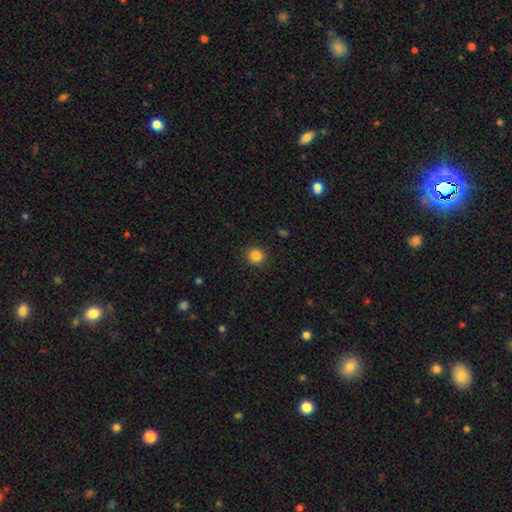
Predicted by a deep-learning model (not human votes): smooth_or_featured: smooth (p=0.85) [alt: star or artifact p=0.11]
how_rounded: round (p=0.91) [alt: in between p=0.08]
merging: none (p=0.91) [alt: minor disturbance p=0.06]